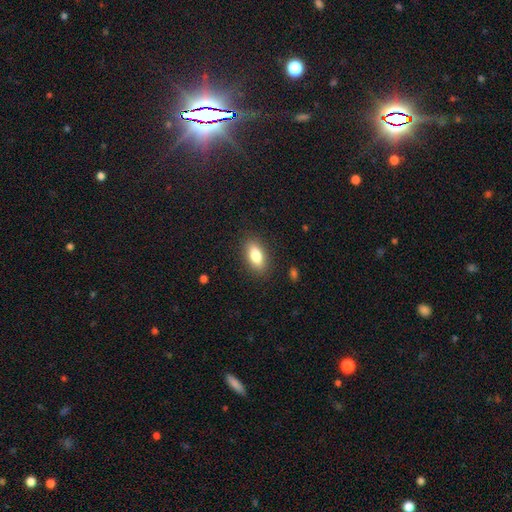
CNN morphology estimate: Q: Smooth or featured?
A: smooth (83%); runner-up: featured or disk (9%)
Q: How rounded?
A: in between (88%); runner-up: cigar-shaped (8%)
Q: Merging?
A: none (87%); runner-up: minor disturbance (9%)